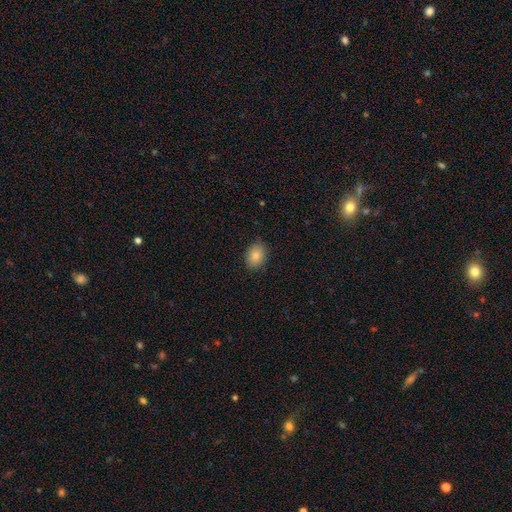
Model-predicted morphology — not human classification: smooth_or_featured: smooth (p=0.84) [alt: star or artifact p=0.08]
how_rounded: in between (p=0.74) [alt: round p=0.25]
merging: none (p=0.86) [alt: minor disturbance p=0.10]